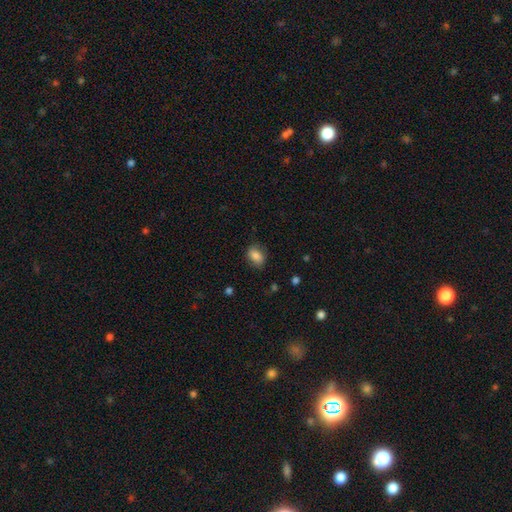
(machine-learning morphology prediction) This appears to be a smooth galaxy with no disk features (83%) that is in between round and cigar-shaped (72%). Merging: none (76%).